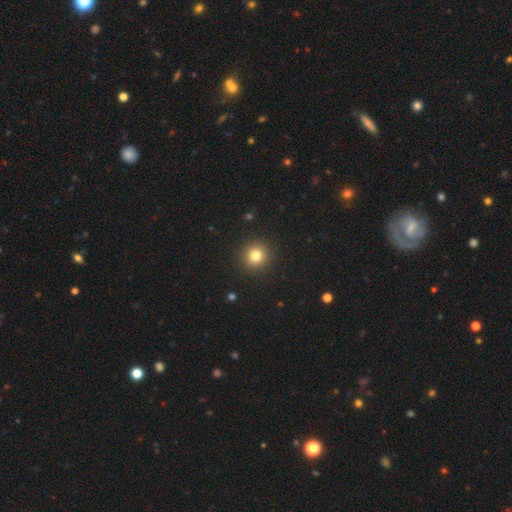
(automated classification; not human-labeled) This is likely a smooth galaxy (80%). How rounded: clearly round (94%). Merging: clearly none (92%).